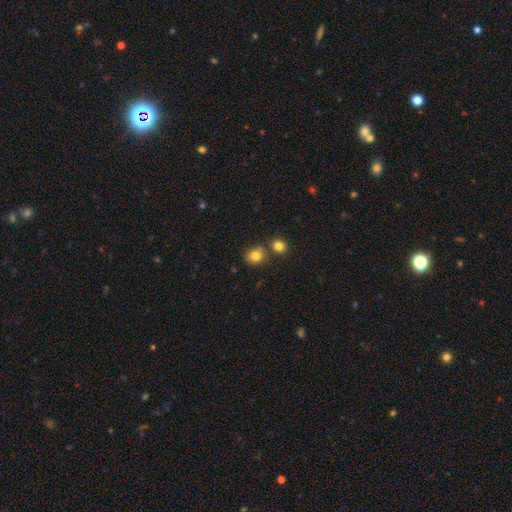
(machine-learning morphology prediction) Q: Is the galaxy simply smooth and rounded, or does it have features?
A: smooth — 81%.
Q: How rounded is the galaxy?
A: round — 75%.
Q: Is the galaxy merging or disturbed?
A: none — 69%.